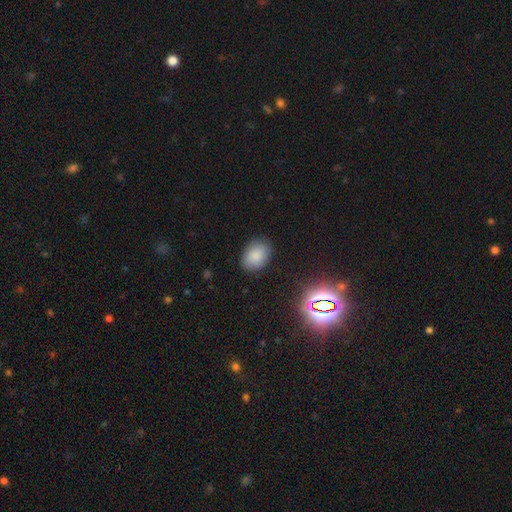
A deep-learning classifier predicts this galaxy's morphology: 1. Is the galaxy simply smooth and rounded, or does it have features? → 84% smooth, 10% star or artifact, 5% featured or disk.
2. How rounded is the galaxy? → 76% in between, 23% round, 1% cigar-shaped.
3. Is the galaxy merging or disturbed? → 85% none, 11% minor disturbance, 3% major disturbance, 1% merger.